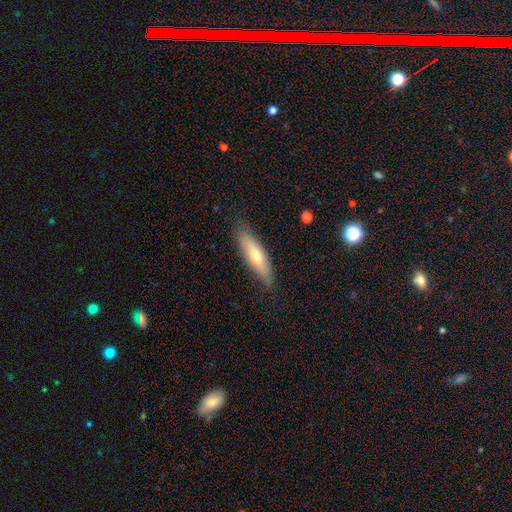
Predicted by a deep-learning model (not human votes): Smooth or featured?
  - smooth: 54% *
  - featured or disk: 39%
  - star or artifact: 7%
How rounded?
  - cigar-shaped: 68% *
  - in between: 30%
  - round: 2%
Merging?
  - none: 82% *
  - minor disturbance: 15%
  - major disturbance: 3%
  - merger: 1%